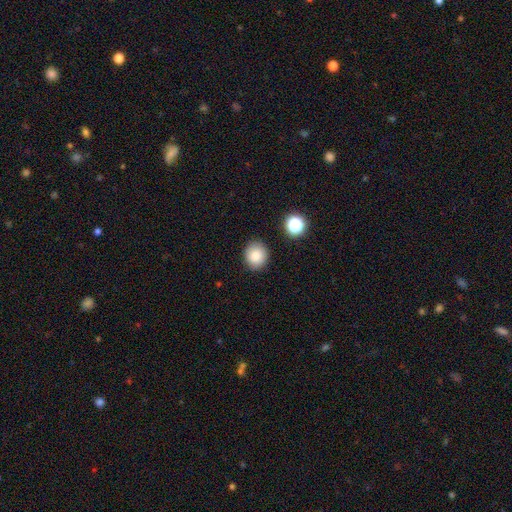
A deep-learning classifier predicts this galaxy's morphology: Overall: smooth (85%). How rounded: round (77%). Merging: none (87%).